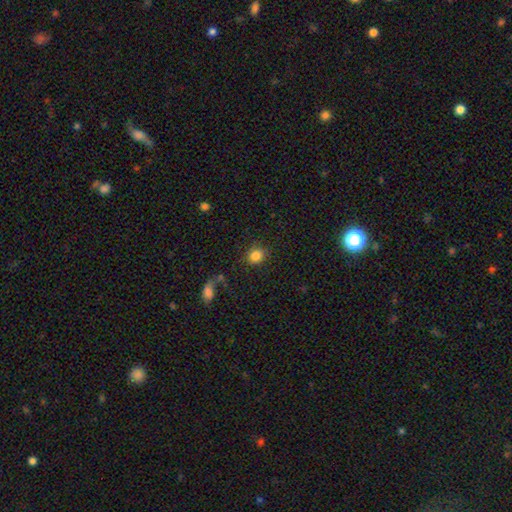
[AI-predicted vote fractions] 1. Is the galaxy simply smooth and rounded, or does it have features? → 85% smooth, 10% star or artifact, 5% featured or disk.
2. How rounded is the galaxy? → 71% round, 28% in between, 1% cigar-shaped.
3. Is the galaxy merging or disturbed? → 82% none, 10% minor disturbance, 4% major disturbance, 4% merger.